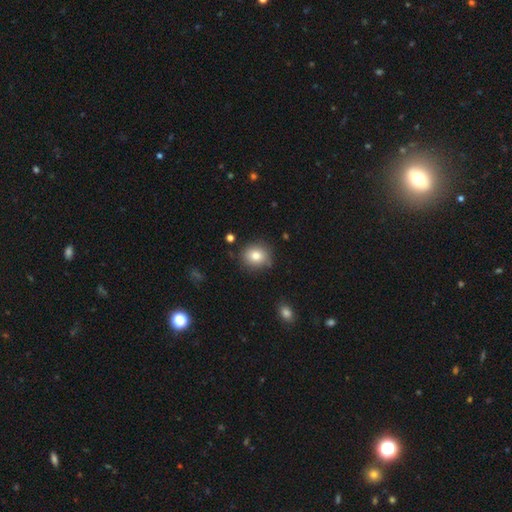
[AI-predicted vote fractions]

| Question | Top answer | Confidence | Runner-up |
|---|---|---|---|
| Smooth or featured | smooth | 81% | star or artifact (10%) |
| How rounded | round | 78% | in between (21%) |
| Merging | none | 81% | minor disturbance (13%) |